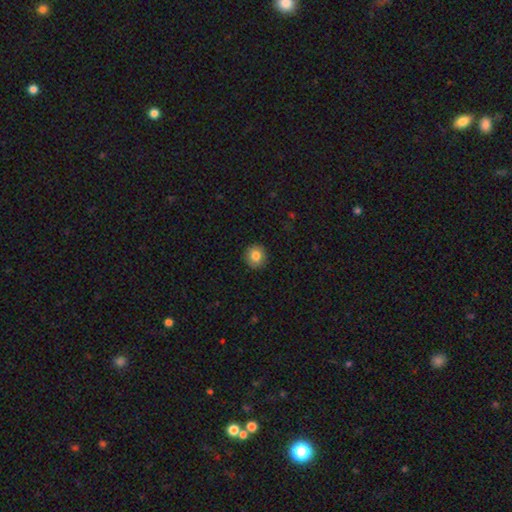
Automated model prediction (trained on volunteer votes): Morphology: type=smooth (83%); roundness=round (93%); merging=none (92%).